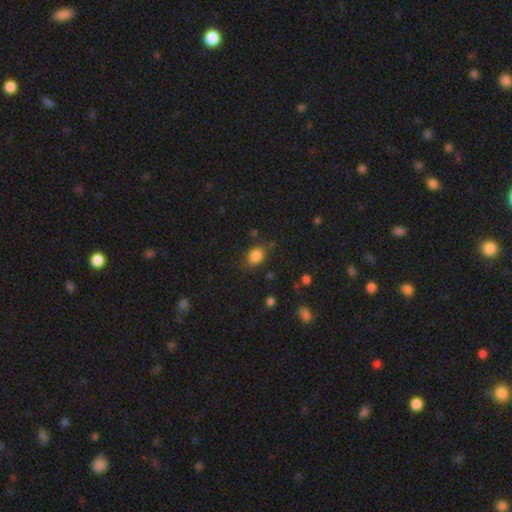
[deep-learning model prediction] This appears to be a smooth galaxy with no disk features (84%) that is in between round and cigar-shaped (74%). Merging: none (76%).